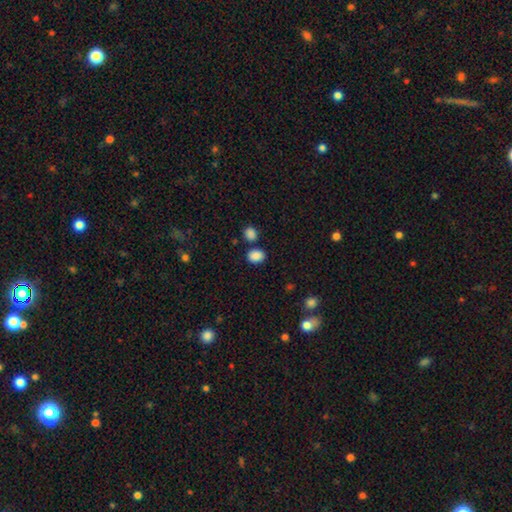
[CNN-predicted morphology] Smooth or featured? Predicted: smooth (p=0.87). How rounded? Predicted: in between (p=0.61). Merging? Predicted: none (p=0.76).